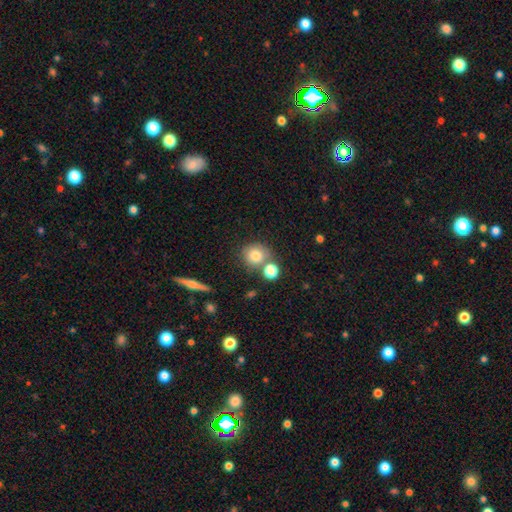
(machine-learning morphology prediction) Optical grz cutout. It shows a smooth galaxy with no disk features (80%) that is round (83%). Merging: none (62%).